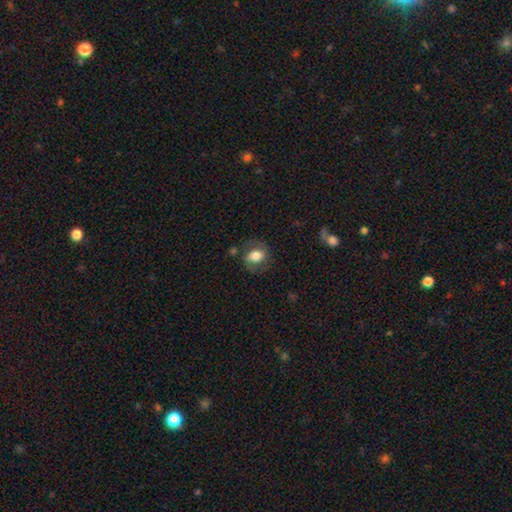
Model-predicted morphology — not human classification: smooth-or-featured: smooth: 66% | featured or disk: 26% | star or artifact: 8%
  how-rounded: in between: 54% | round: 45% | cigar-shaped: 1%
  merging: none: 69% | minor disturbance: 18% | major disturbance: 9% | merger: 3%